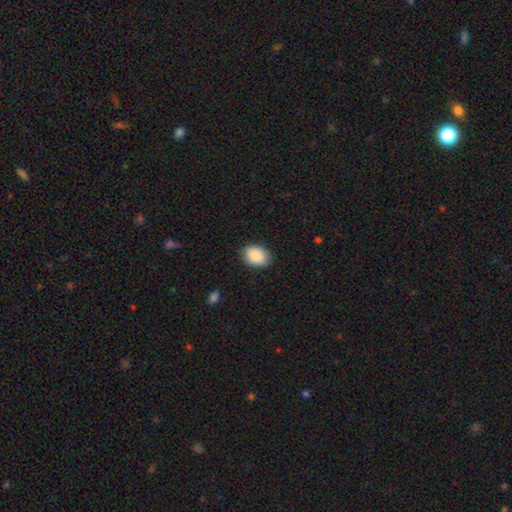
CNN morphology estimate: A smooth galaxy with no disk features (90%) that is in between round and cigar-shaped (85%). Merging: none (86%).